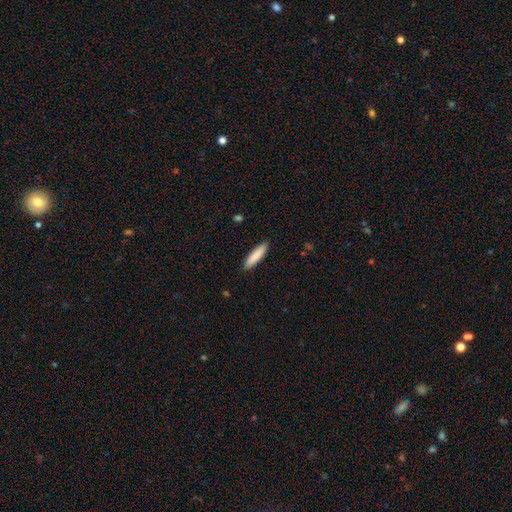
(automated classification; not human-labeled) smooth 86%, featured or disk 8%, star or artifact 5%. Down the decision tree: how rounded — cigar-shaped (80%); merging — none (90%).